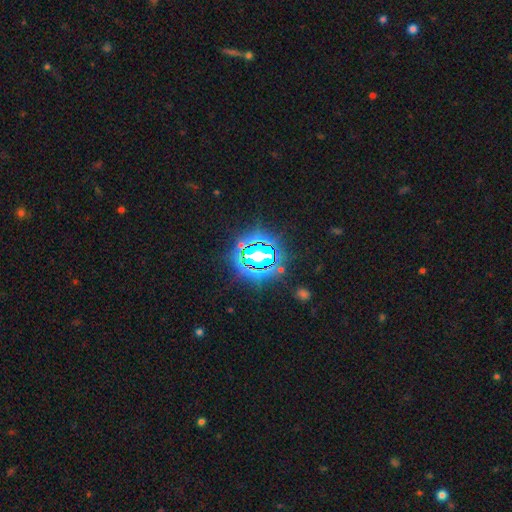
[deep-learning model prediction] A star or artifact, not a galaxy (79%).

Vote fractions:
- Smooth or featured? star or artifact: 79% / smooth: 12% / featured or disk: 9%